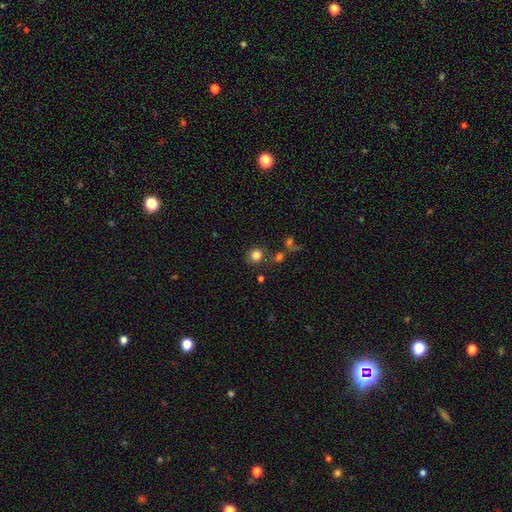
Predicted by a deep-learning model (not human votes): smooth 82%, star or artifact 12%, featured or disk 6%. Down the decision tree: how rounded — round (90%); merging — none (76%).